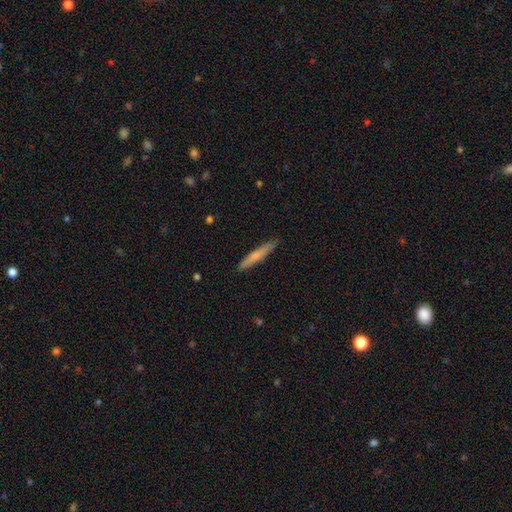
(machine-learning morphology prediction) Smooth or featured: smooth — 65% (featured or disk — 29%)
How rounded: cigar-shaped — 94% (in between — 5%)
Merging: none — 89% (minor disturbance — 9%)